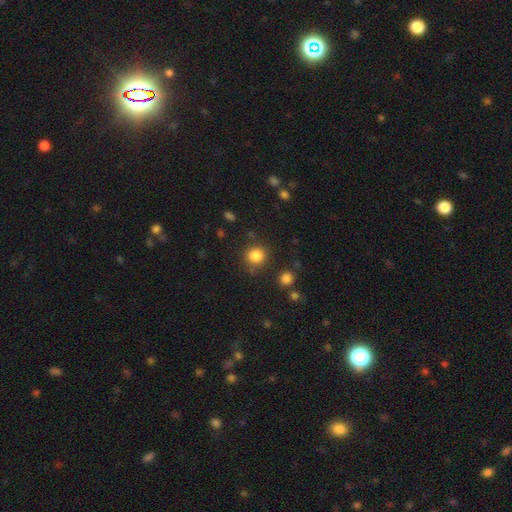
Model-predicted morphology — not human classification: smooth_or_featured: smooth (p=0.84) [alt: star or artifact p=0.11]
how_rounded: round (p=0.89) [alt: in between p=0.10]
merging: none (p=0.83) [alt: minor disturbance p=0.10]